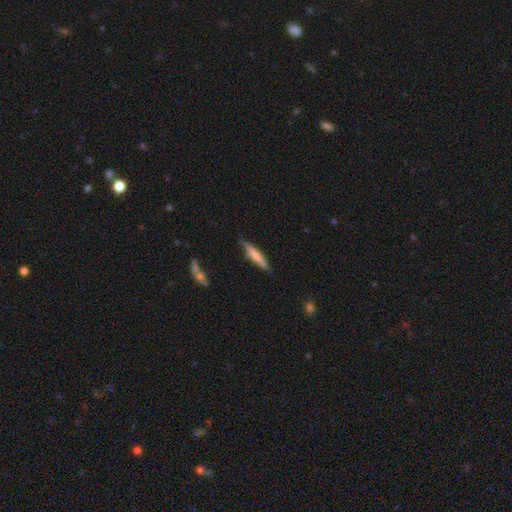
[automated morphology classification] smooth 62%, featured or disk 32%, star or artifact 6%. Down the decision tree: how rounded — cigar-shaped (91%); merging — none (79%).